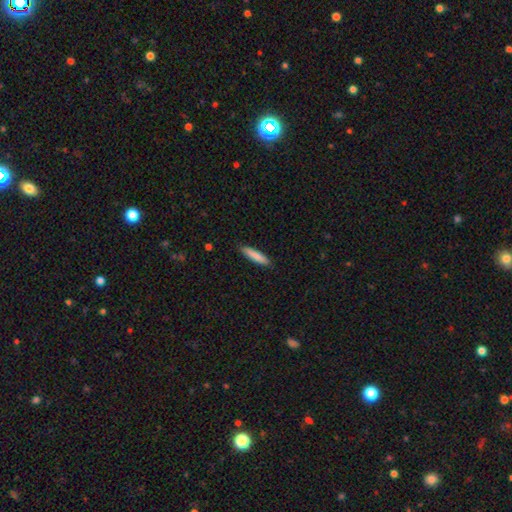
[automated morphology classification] smooth 84%, featured or disk 11%, star or artifact 5%. Down the decision tree: how rounded — cigar-shaped (85%); merging — none (89%).